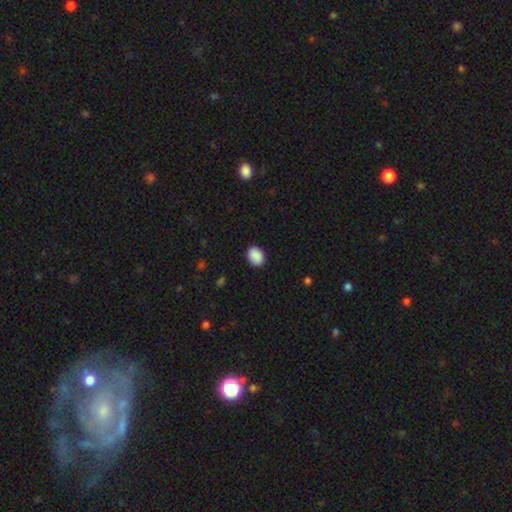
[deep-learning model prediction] smooth_or_featured: smooth (p=0.90) [alt: star or artifact p=0.07]
how_rounded: in between (p=0.58) [alt: round p=0.41]
merging: none (p=0.88) [alt: minor disturbance p=0.09]